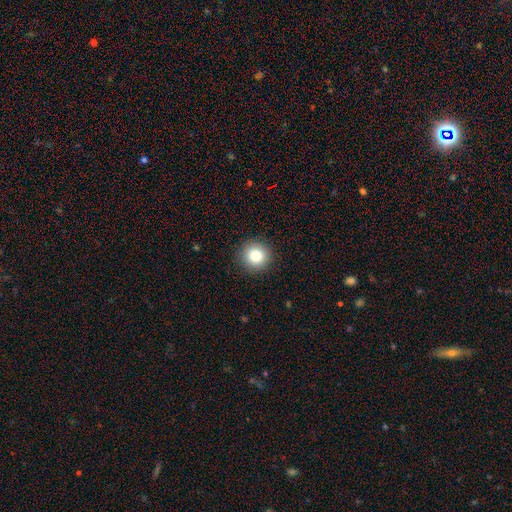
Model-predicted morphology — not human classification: A smooth galaxy with no disk features (82%) that is round (95%). Merging: none (92%).